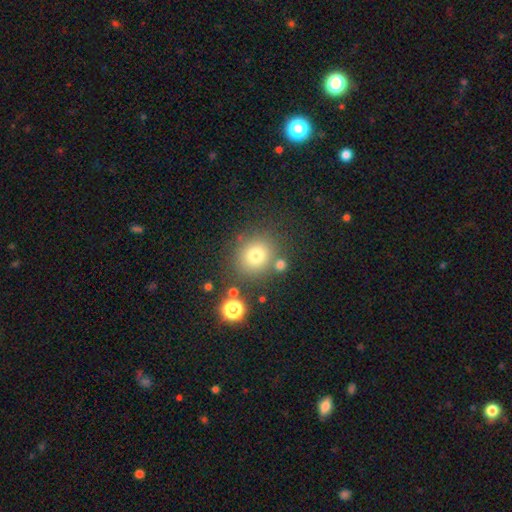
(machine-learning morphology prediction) type=smooth (75%); roundness=round (82%); merging=none (76%).